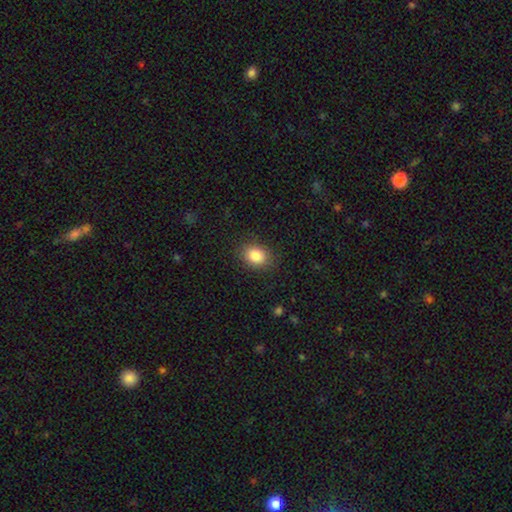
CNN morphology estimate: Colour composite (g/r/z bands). It shows a smooth galaxy with no disk features (85%) that is in between round and cigar-shaped (55%). Merging: none (85%).